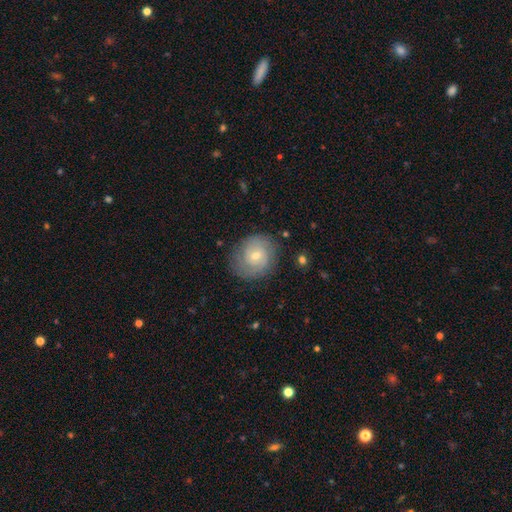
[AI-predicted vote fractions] This appears to be a featured or disk galaxy (56%) with no bar (63%), spiral arms (82%) and a small central bulge (57%). Merging: none (77%).